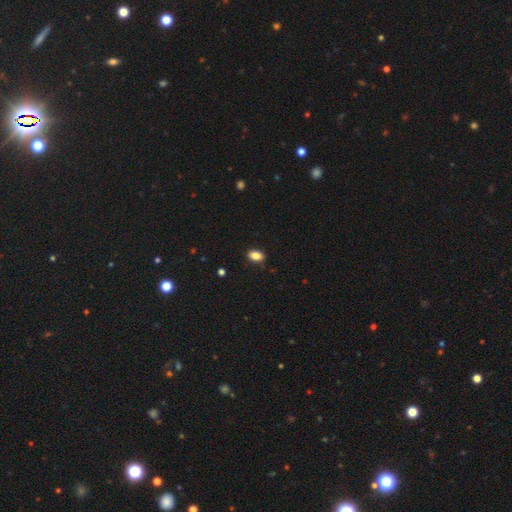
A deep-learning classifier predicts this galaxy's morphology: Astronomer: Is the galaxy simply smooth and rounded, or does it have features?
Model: smooth — 87%.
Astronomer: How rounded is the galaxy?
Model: in between — 87%.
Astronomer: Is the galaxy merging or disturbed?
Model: none — 87%.